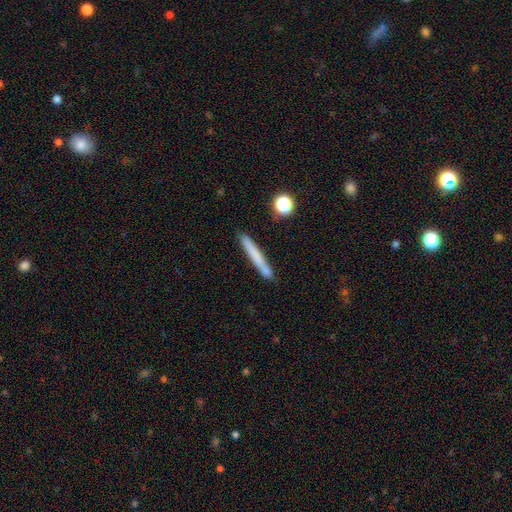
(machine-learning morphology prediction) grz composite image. It shows a smooth galaxy with no disk features (65%) that is cigar-shaped (96%). Merging: none (82%).